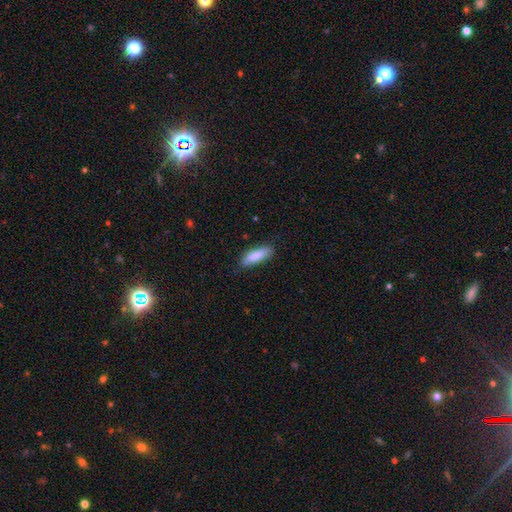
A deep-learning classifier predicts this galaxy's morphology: smooth 86%, featured or disk 8%, star or artifact 6%. Down the decision tree: how rounded — cigar-shaped (51%); merging — none (81%).